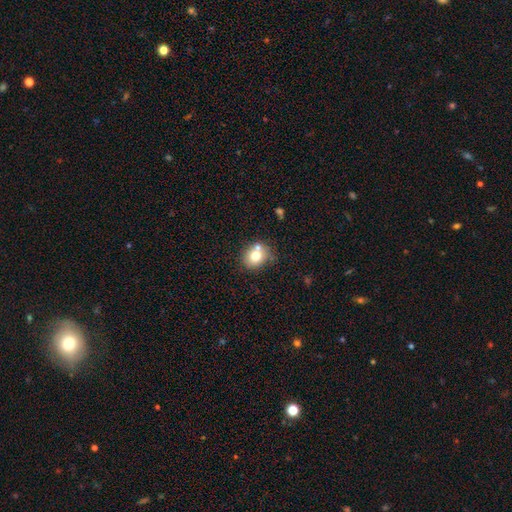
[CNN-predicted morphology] A smooth galaxy with no disk features (74%) that is round (67%). Merging: none (63%).